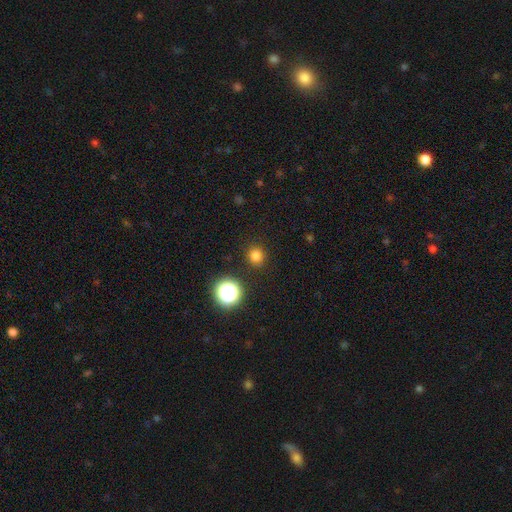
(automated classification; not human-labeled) Smooth or featured? Predicted: smooth (p=0.78). How rounded? Predicted: round (p=0.91). Merging? Predicted: none (p=0.90).